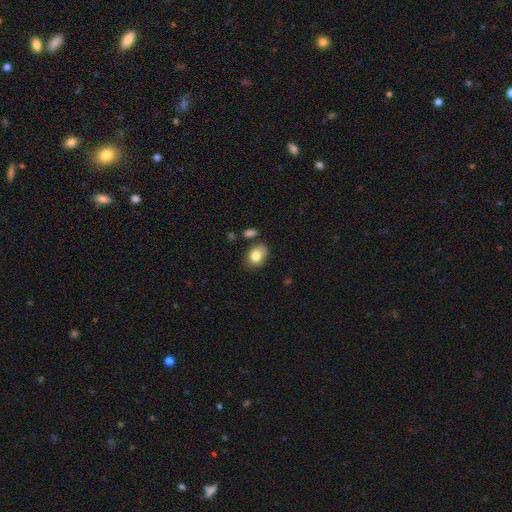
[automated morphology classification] Overall: smooth (81%). How rounded: in between (77%). Merging: none (68%).